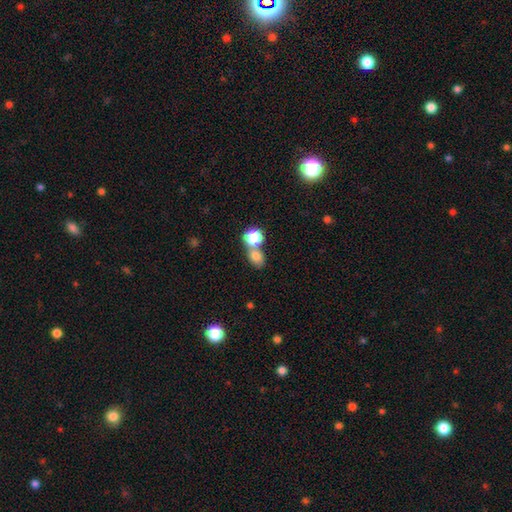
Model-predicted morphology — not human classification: The model was most divided on "merging": merger: 46%, none: 42%, minor disturbance: 8%, major disturbance: 4%. More confident: smooth or featured — smooth (77%); how rounded — in between (55%).